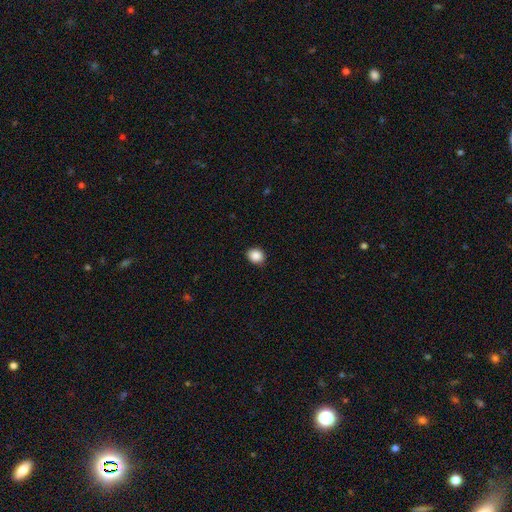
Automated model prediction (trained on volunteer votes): A smooth galaxy with no disk features (88%) that is round (61%).

Vote fractions:
- Smooth or featured? smooth: 88% / star or artifact: 9% / featured or disk: 3%
- How rounded? round: 61% / in between: 38% / cigar-shaped: 1%
- Merging? none: 88% / minor disturbance: 9% / major disturbance: 2% / merger: 1%